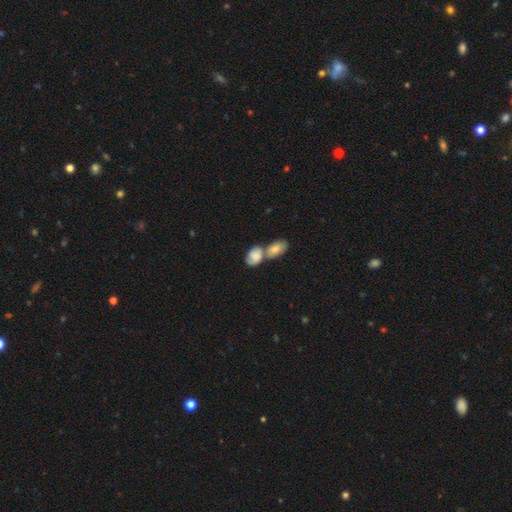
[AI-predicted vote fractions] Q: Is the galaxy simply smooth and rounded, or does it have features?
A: smooth — 69%.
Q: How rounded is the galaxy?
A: in between — 81%.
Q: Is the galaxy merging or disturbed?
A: merger — 63%.